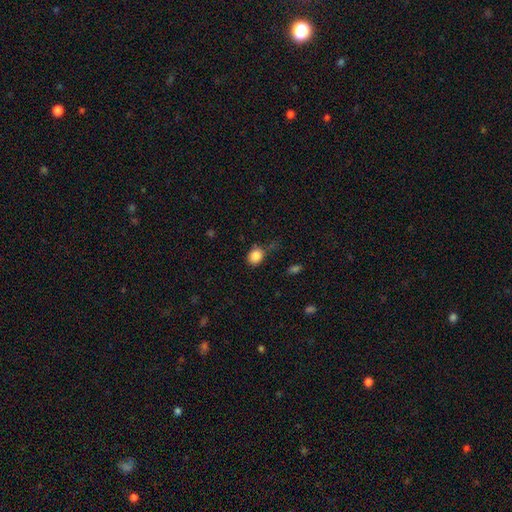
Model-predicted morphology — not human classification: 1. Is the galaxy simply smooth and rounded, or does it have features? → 85% smooth, 10% star or artifact, 5% featured or disk.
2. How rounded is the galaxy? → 59% round, 40% in between, 1% cigar-shaped.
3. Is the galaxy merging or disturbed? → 71% none, 20% minor disturbance, 5% major disturbance, 4% merger.